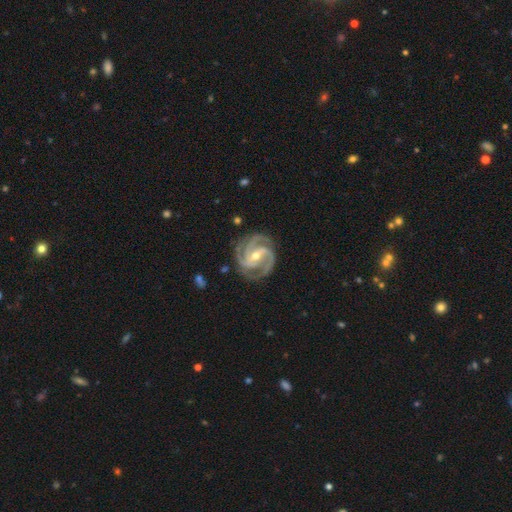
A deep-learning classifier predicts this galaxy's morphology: Q: Smooth or featured?
A: featured or disk (94%); runner-up: star or artifact (3%)
Q: Edge-on disk?
A: no (98%); runner-up: yes (2%)
Q: Bar?
A: weak (41%); runner-up: strong (34%)
Q: Spiral arms?
A: yes (99%); runner-up: no (1%)
Q: Spiral winding?
A: tight (55%); runner-up: medium (40%)
Q: Spiral arm count?
A: 3 (62%); runner-up: 4 (14%)
Q: Bulge size?
A: small (50%); runner-up: moderate (48%)
Q: Merging?
A: none (82%); runner-up: minor disturbance (13%)